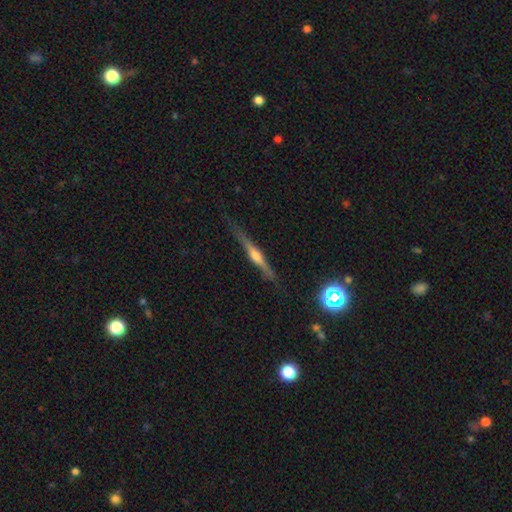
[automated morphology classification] The model was most divided on "smooth or featured": featured or disk: 72%, smooth: 20%, star or artifact: 8%. More confident: edge-on disk — yes (97%); edge-on bulge — rounded (85%); merging — none (82%).